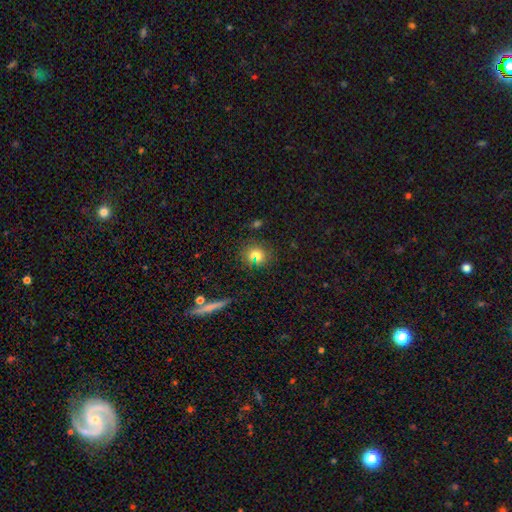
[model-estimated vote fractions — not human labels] A smooth galaxy with no disk features (72%) that is round (76%).

Vote fractions:
- Smooth or featured? smooth: 72% / star or artifact: 20% / featured or disk: 9%
- How rounded? round: 76% / in between: 21% / cigar-shaped: 3%
- Merging? none: 80% / minor disturbance: 11% / merger: 5% / major disturbance: 4%